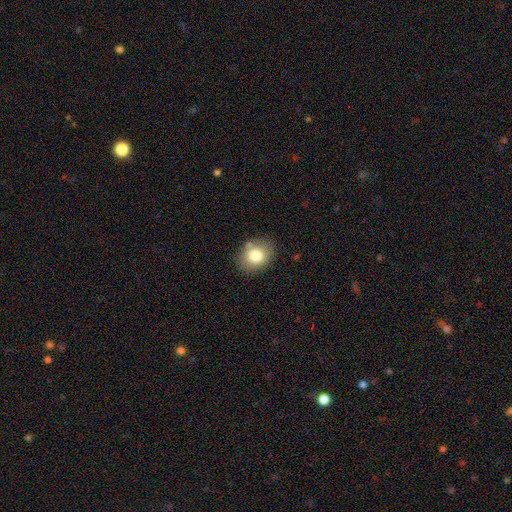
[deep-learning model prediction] This appears to be a smooth galaxy with no disk features (79%) that is in between round and cigar-shaped (53%). Merging: none (79%).